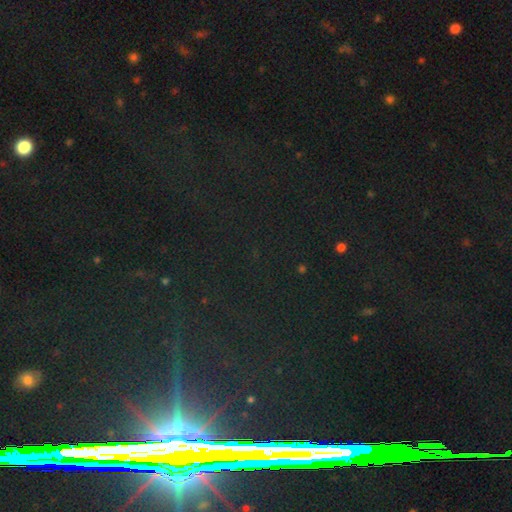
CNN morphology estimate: The model was most divided on "smooth or featured": star or artifact: 82%, featured or disk: 10%, smooth: 8%.